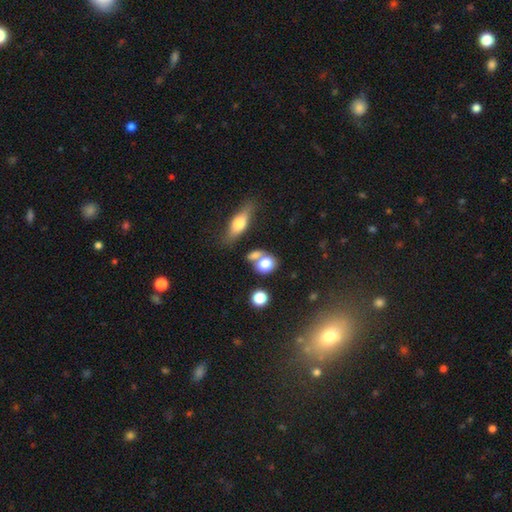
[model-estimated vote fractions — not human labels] The model was most divided on "merging": none: 49%, merger: 34%, minor disturbance: 11%, major disturbance: 5%. More confident: smooth or featured — smooth (75%); how rounded — round (57%).